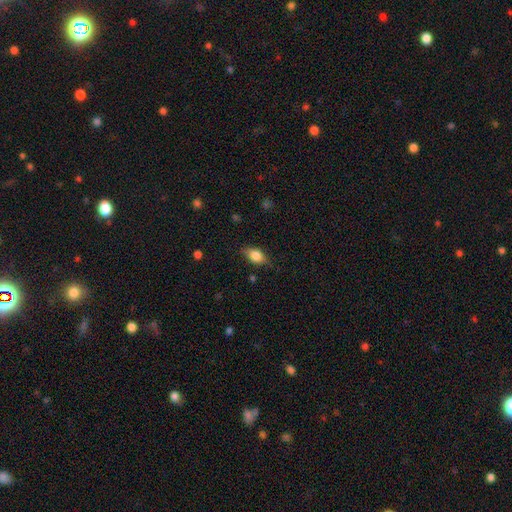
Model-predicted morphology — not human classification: Smooth or featured?
  - smooth: 77% *
  - featured or disk: 15%
  - star or artifact: 8%
How rounded?
  - in between: 83% *
  - round: 12%
  - cigar-shaped: 6%
Merging?
  - none: 77% *
  - minor disturbance: 19%
  - major disturbance: 4%
  - merger: 1%